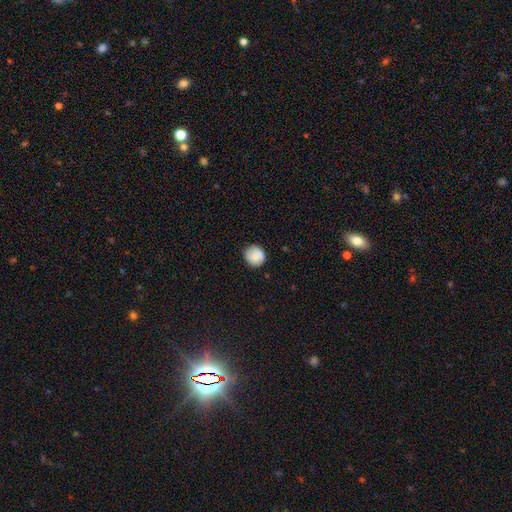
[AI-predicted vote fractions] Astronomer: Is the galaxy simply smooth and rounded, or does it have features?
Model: smooth — 84%.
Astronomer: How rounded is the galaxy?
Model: round — 89%.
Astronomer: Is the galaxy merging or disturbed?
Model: none — 83%.